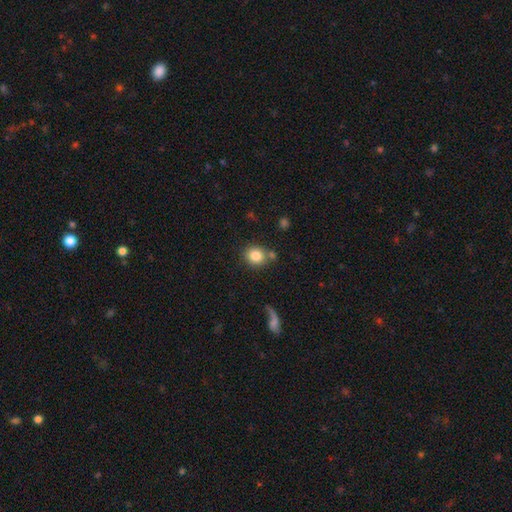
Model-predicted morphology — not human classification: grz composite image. It shows a smooth galaxy with no disk features (83%) that is round (80%). Merging: none (73%).